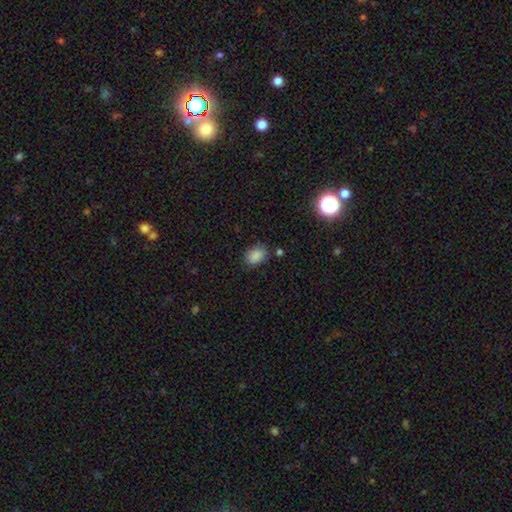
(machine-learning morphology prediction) This is clearly a smooth galaxy (86%). How rounded: likely in between (78%). Merging: likely none (77%).